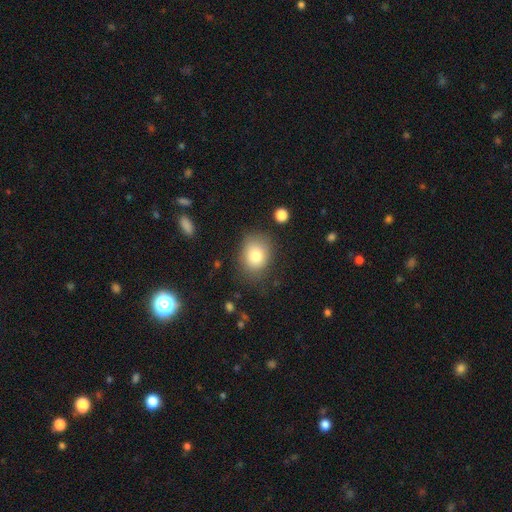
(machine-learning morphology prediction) smooth-or-featured: smooth: 80% | featured or disk: 10% | star or artifact: 10%
  how-rounded: round: 52% | in between: 48% | cigar-shaped: 1%
  merging: none: 71% | minor disturbance: 19% | major disturbance: 7% | merger: 2%